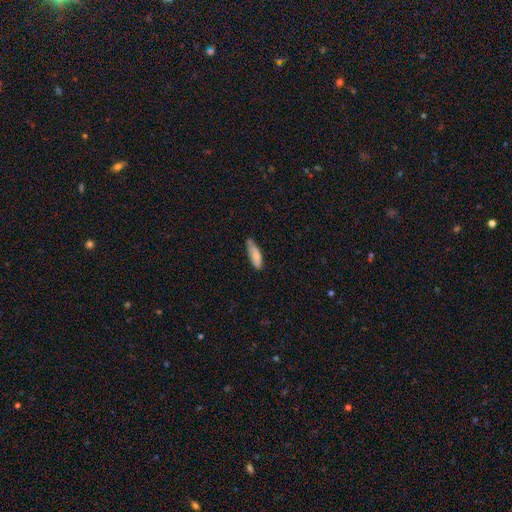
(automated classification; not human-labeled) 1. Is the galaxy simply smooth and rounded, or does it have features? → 78% smooth, 15% featured or disk, 7% star or artifact.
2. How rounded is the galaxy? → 54% in between, 45% cigar-shaped, 2% round.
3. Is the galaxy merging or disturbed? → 52% none, 35% minor disturbance, 8% major disturbance, 4% merger.